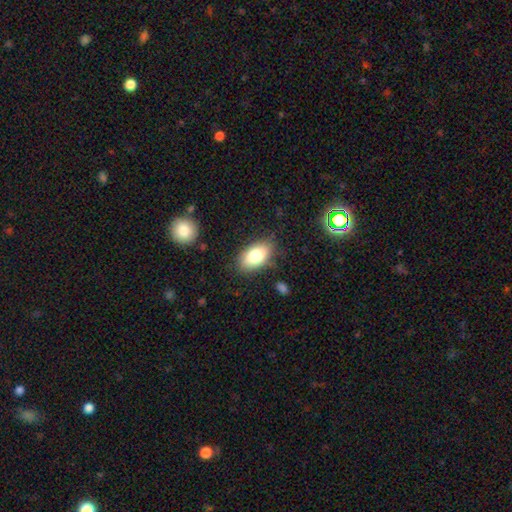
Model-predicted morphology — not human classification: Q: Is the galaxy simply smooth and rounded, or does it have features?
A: smooth — 80%.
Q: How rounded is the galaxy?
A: in between — 92%.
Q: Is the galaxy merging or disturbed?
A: none — 81%.